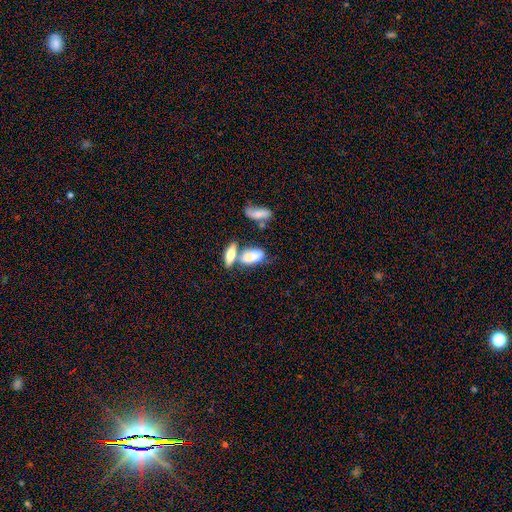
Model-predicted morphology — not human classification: Smooth or featured?
  - smooth: 76% *
  - featured or disk: 16%
  - star or artifact: 8%
How rounded?
  - in between: 79% *
  - cigar-shaped: 18%
  - round: 3%
Merging?
  - merger: 48% *
  - none: 31%
  - minor disturbance: 13%
  - major disturbance: 7%